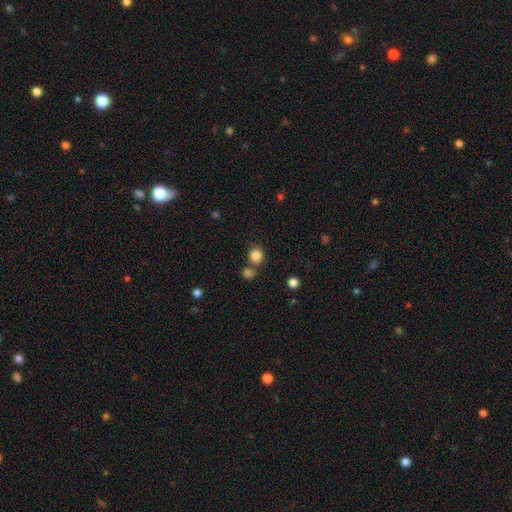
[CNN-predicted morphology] A smooth galaxy with no disk features (85%) that is round (79%). Merging: none (68%).